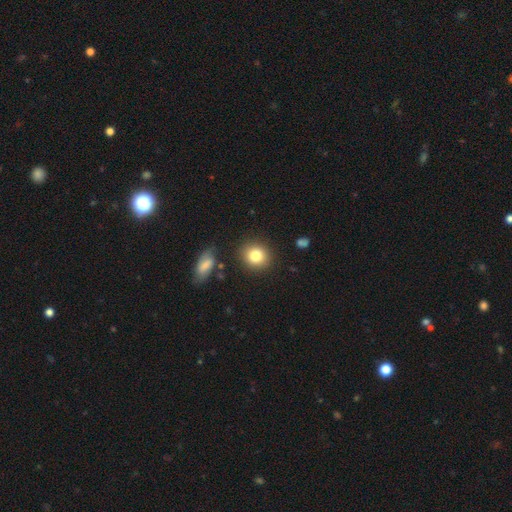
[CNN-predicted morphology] This appears to be a smooth galaxy with no disk features (81%) that is round (80%). Merging: none (85%).